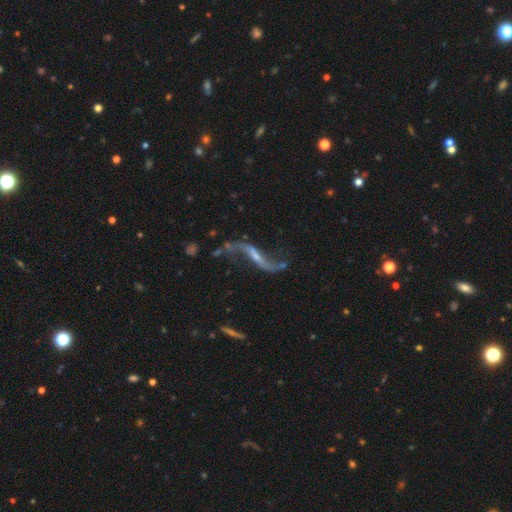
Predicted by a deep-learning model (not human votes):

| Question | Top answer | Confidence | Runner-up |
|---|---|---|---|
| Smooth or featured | featured or disk | 86% | star or artifact (7%) |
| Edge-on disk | no | 86% | yes (14%) |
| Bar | strong | 37% | weak (35%) |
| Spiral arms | yes | 93% | no (7%) |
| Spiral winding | loose | 95% | medium (4%) |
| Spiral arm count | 2 | 92% | 1 (3%) |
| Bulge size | small | 54% | none (22%) |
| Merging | none | 56% | minor disturbance (19%) |